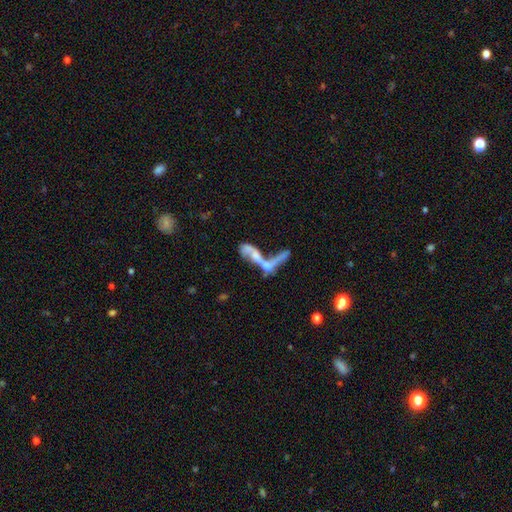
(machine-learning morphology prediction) smooth_or_featured: featured or disk (p=0.56) [alt: smooth p=0.29]
disk_edge_on: no (p=0.77) [alt: yes p=0.23]
merging: merger (p=0.62) [alt: major disturbance p=0.16]